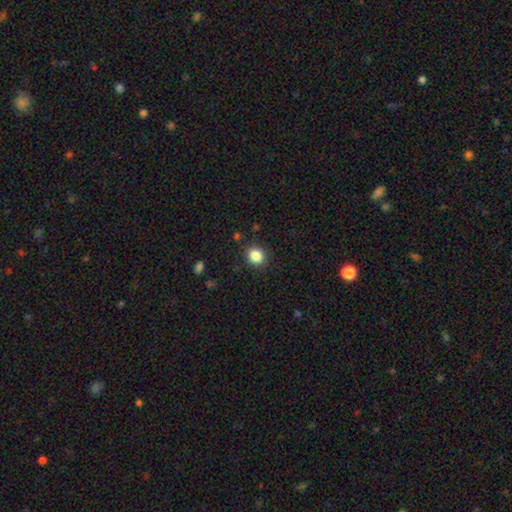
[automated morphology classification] This appears to be a smooth galaxy with no disk features (86%) that is round (72%). Merging: none (88%).